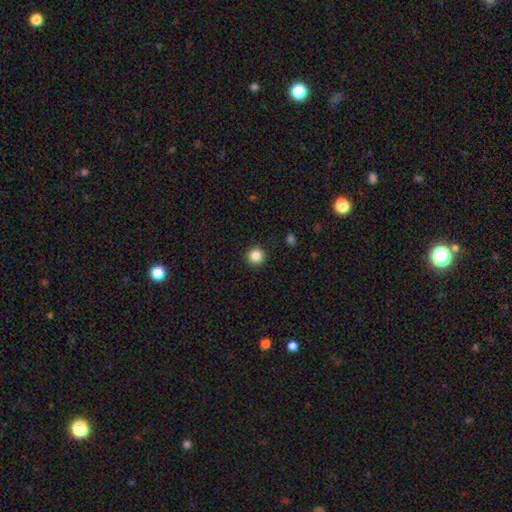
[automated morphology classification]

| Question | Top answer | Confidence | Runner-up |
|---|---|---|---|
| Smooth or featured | smooth | 86% | star or artifact (10%) |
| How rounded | round | 95% | in between (4%) |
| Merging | none | 92% | minor disturbance (5%) |